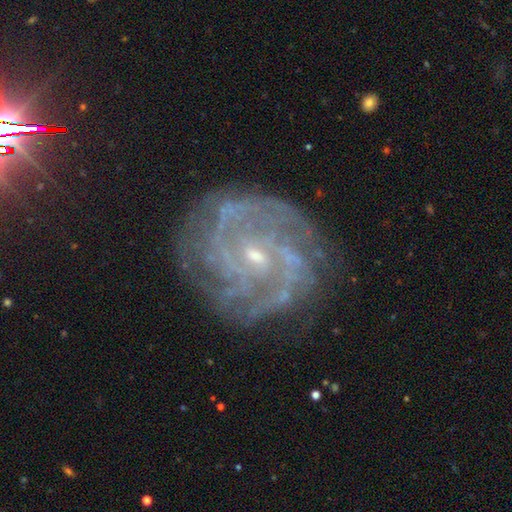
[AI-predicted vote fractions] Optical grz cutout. It shows a featured or disk galaxy (87%) with no bar (46%), tight (65%) spiral arms (97%) and a small central bulge (78%). Merging: none (78%).